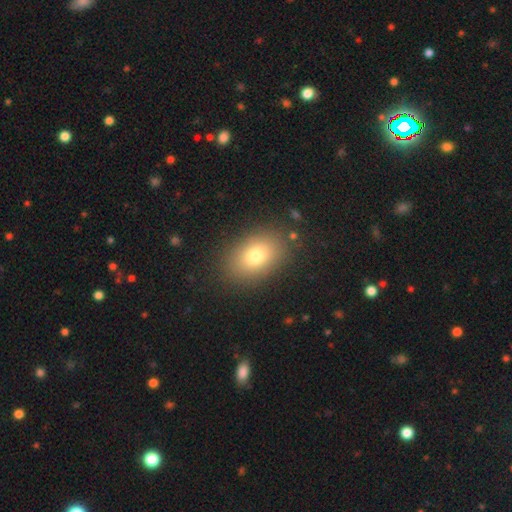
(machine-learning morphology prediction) Smooth or featured: smooth — 77% (featured or disk — 12%)
How rounded: in between — 80% (round — 18%)
Merging: none — 87% (minor disturbance — 9%)